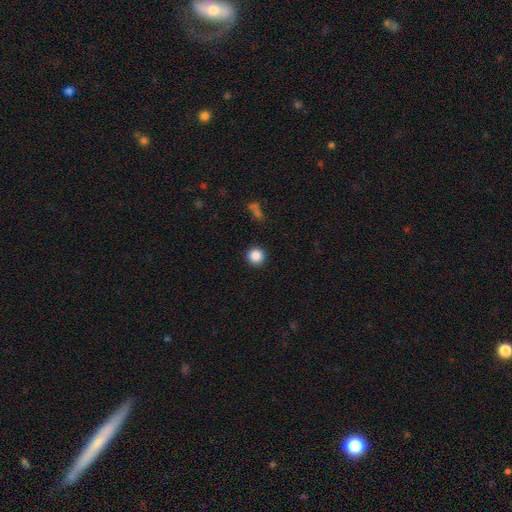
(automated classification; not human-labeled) Morphology: type=smooth (87%); roundness=round (95%); merging=none (92%).